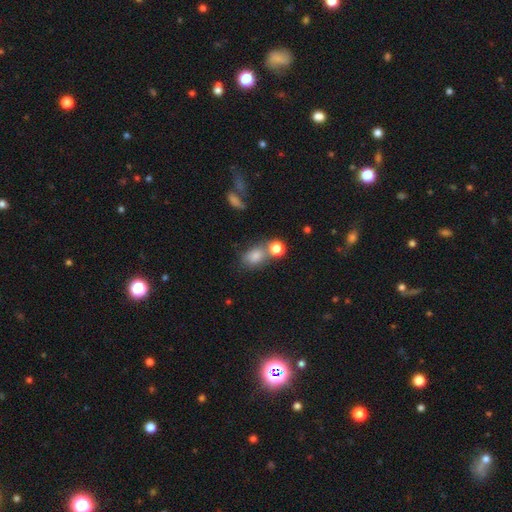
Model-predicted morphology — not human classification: Smooth or featured? smooth (79%)
How rounded? in between (72%)
Merging? none (48%)